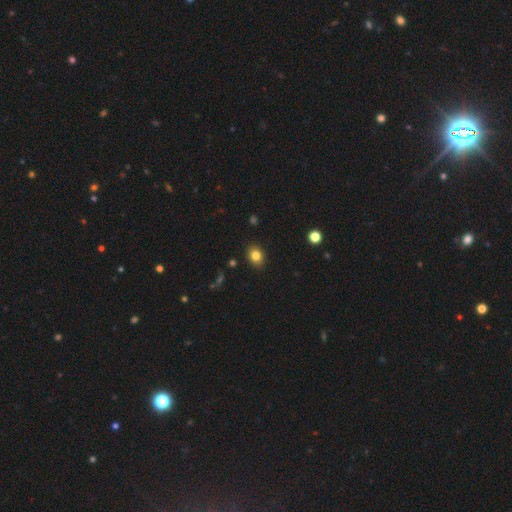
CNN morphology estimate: The model was most divided on "how rounded": round: 52%, in between: 47%, cigar-shaped: 1%. More confident: merging — none (89%); smooth or featured — smooth (82%).